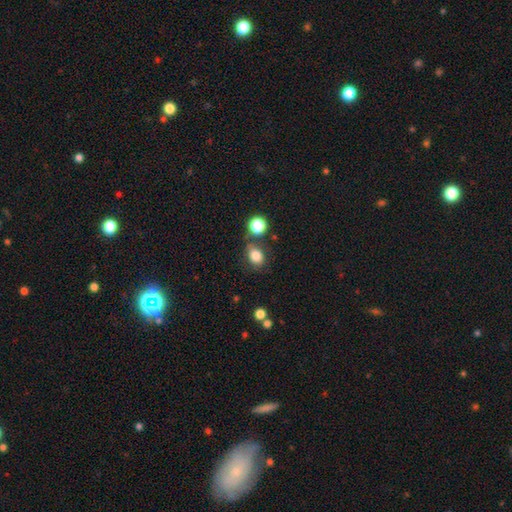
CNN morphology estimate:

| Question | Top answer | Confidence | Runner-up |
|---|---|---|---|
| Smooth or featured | smooth | 82% | star or artifact (11%) |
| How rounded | in between | 64% | round (35%) |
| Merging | none | 67% | minor disturbance (16%) |